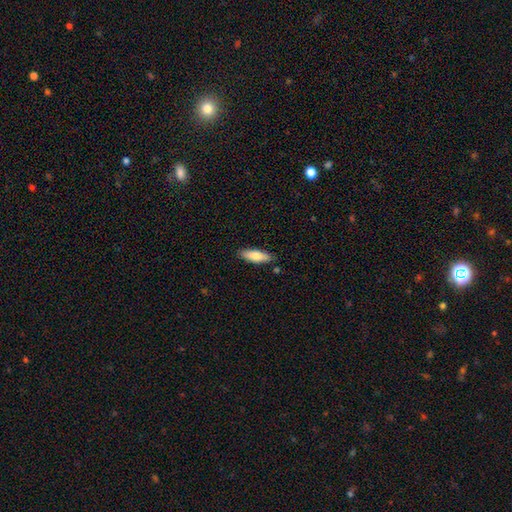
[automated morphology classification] Smooth or featured: smooth — 78% (featured or disk — 16%)
How rounded: in between — 61% (cigar-shaped — 37%)
Merging: none — 84% (minor disturbance — 11%)